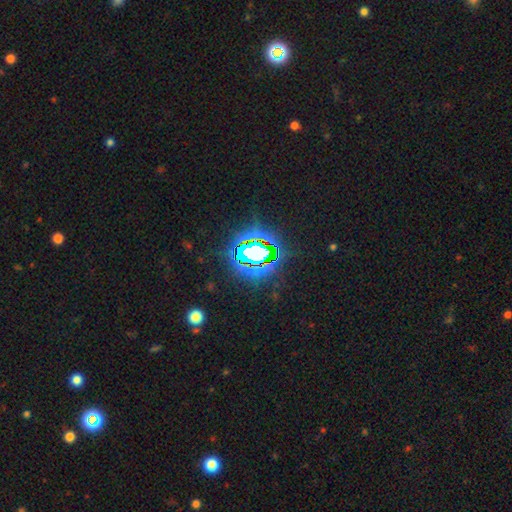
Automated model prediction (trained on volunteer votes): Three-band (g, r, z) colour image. It shows a star or artifact, not a galaxy (76%).